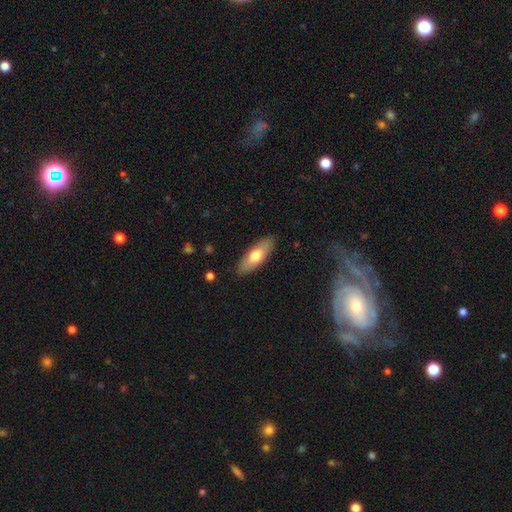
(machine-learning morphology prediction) Smooth or featured?
  - smooth: 66% *
  - featured or disk: 29%
  - star or artifact: 5%
How rounded?
  - in between: 68% *
  - cigar-shaped: 30%
  - round: 2%
Merging?
  - none: 87% *
  - minor disturbance: 10%
  - major disturbance: 2%
  - merger: 1%